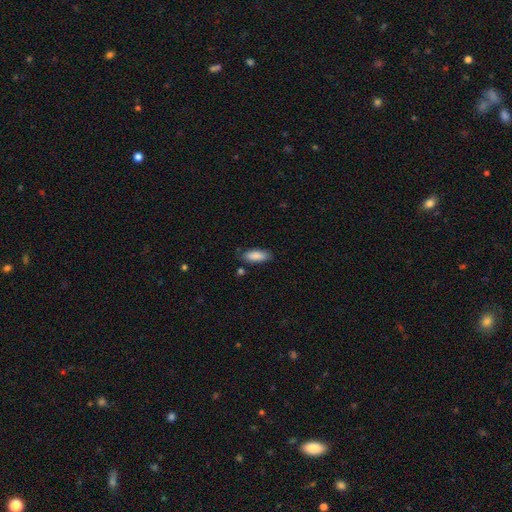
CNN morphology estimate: Smooth or featured? smooth (88%)
How rounded? in between (74%)
Merging? none (82%)